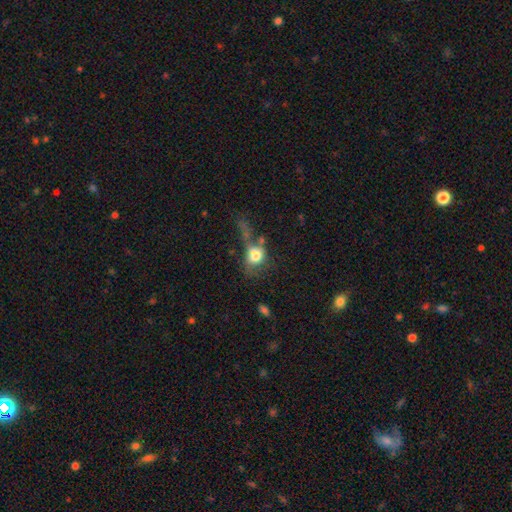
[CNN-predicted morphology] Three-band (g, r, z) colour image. It shows a smooth galaxy with no disk features (70%) that is in between round and cigar-shaped (51%). Merging: major disturbance (37%).